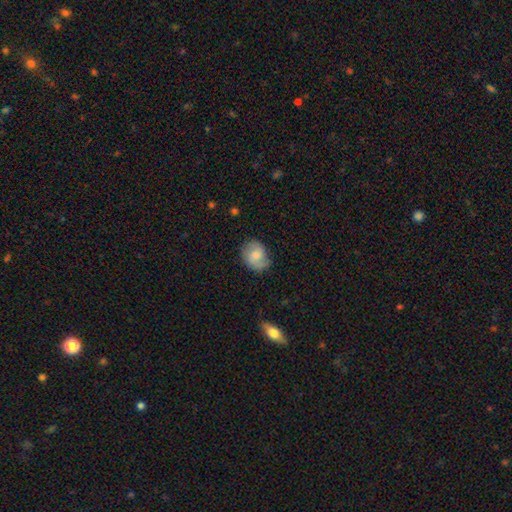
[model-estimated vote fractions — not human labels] A smooth galaxy with no disk features (57%) that is round (53%). Merging: none (64%).